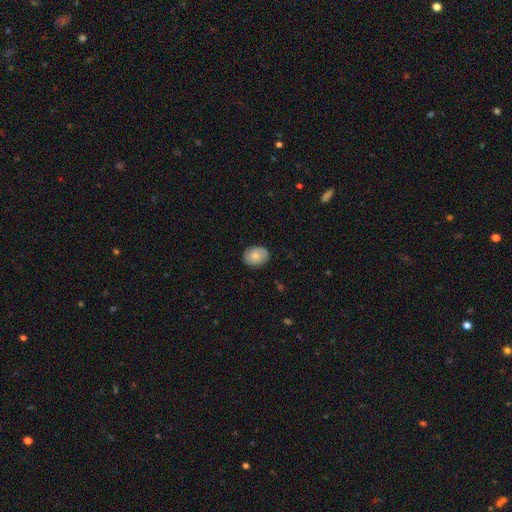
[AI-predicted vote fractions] smooth_or_featured: smooth (p=0.77) [alt: featured or disk p=0.15]
how_rounded: in between (p=0.60) [alt: round p=0.39]
merging: none (p=0.86) [alt: minor disturbance p=0.11]